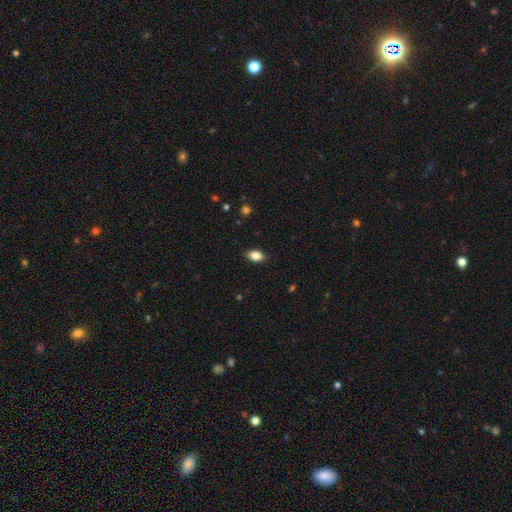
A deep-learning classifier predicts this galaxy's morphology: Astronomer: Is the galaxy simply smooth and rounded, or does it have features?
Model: smooth — 83%.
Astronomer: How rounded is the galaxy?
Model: in between — 88%.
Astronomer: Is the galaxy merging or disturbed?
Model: none — 87%.